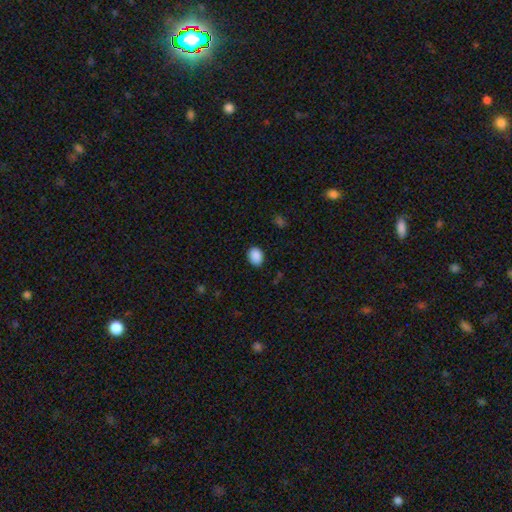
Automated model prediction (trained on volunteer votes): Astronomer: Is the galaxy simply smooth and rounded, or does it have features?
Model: smooth — 89%.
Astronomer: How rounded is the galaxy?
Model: in between — 60% (runner-up: round, 39%).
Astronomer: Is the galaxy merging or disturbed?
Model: none — 87%.